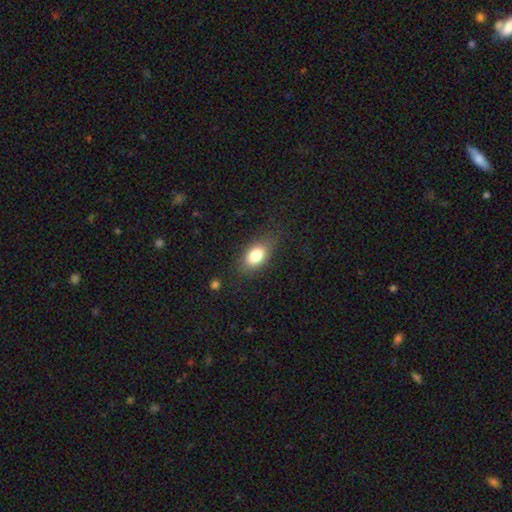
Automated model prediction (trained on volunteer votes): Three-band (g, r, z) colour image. It shows a smooth galaxy with no disk features (81%) that is in between round and cigar-shaped (87%). Merging: none (77%).